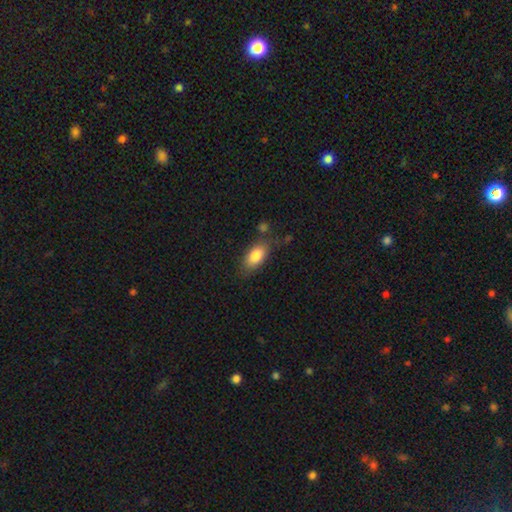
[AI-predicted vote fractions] Overall: smooth (82%). How rounded: in between (88%). Merging: none (69%).